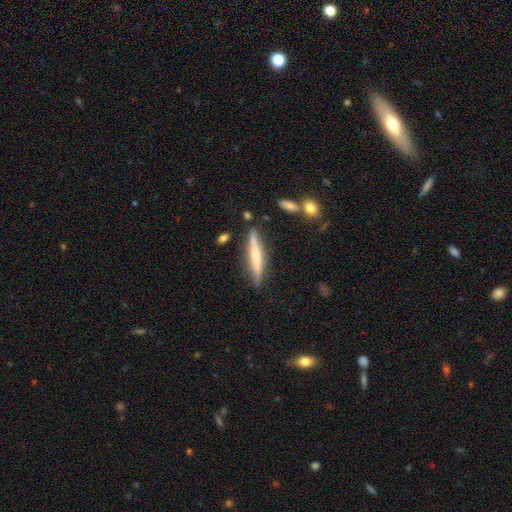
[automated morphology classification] Overall: featured or disk (48%; smooth 46%). Merging: none (79%).